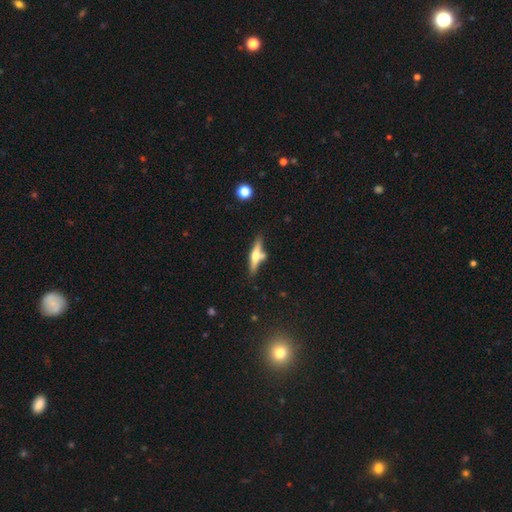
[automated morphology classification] Overall: featured or disk (60%; smooth 34%). Edge-on disk: yes (95%). Edge-on bulge: rounded (91%). Merging: none (71%).